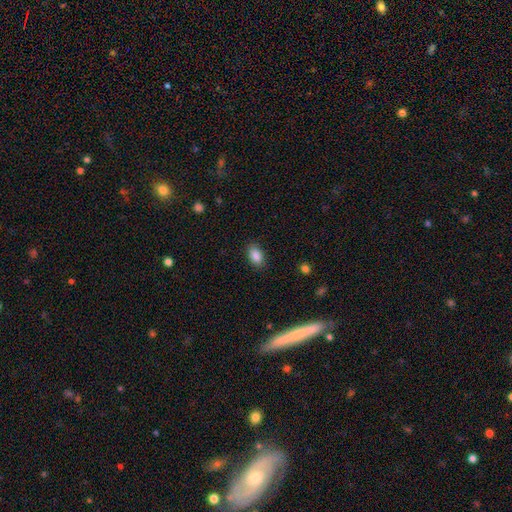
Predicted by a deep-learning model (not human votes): Smooth or featured: smooth — 87% (star or artifact — 8%)
How rounded: in between — 90% (round — 8%)
Merging: none — 86% (minor disturbance — 10%)